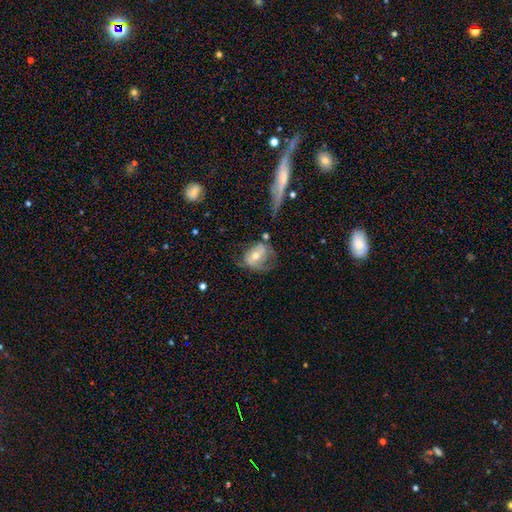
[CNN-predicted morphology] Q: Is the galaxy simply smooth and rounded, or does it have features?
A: featured or disk — 51%.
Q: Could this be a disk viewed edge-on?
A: no — 94%.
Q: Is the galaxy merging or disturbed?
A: major disturbance — 33%, tied with none.